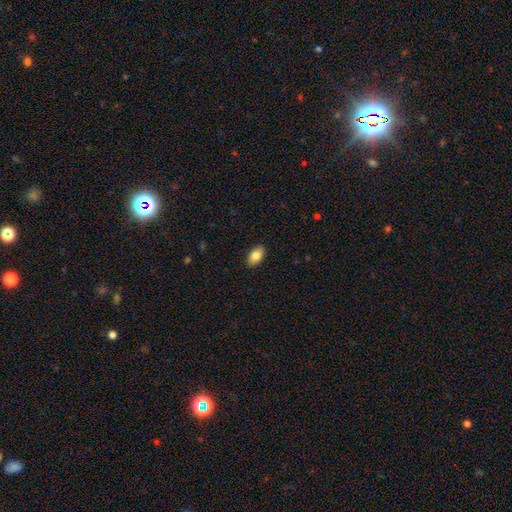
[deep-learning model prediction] smooth-or-featured: smooth: 85% | featured or disk: 7% | star or artifact: 7%
  how-rounded: in between: 92% | round: 7% | cigar-shaped: 2%
  merging: none: 90% | minor disturbance: 8% | major disturbance: 2% | merger: 1%